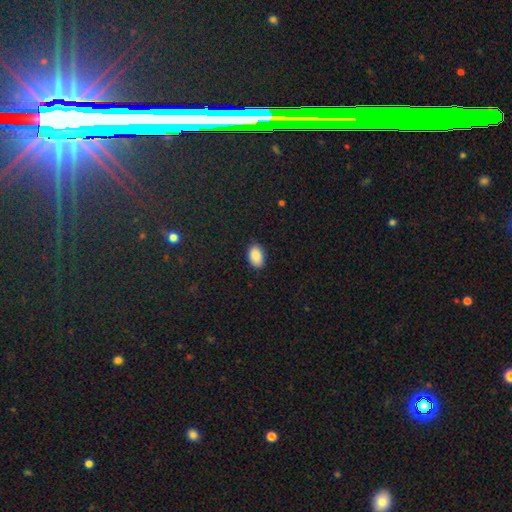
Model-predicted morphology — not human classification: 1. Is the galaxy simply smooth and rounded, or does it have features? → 88% smooth, 8% star or artifact, 4% featured or disk.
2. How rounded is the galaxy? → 89% in between, 10% round, 1% cigar-shaped.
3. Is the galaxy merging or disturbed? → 84% none, 13% minor disturbance, 2% major disturbance, 1% merger.